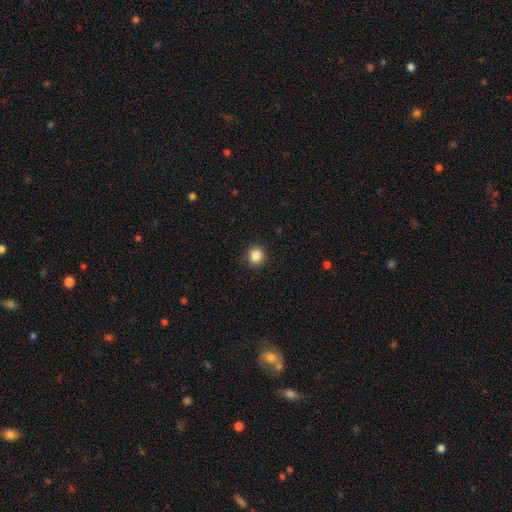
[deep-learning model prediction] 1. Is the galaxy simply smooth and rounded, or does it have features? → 86% smooth, 10% star or artifact, 3% featured or disk.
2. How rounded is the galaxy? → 88% round, 11% in between, 1% cigar-shaped.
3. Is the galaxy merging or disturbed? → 91% none, 6% minor disturbance, 2% major disturbance, 1% merger.